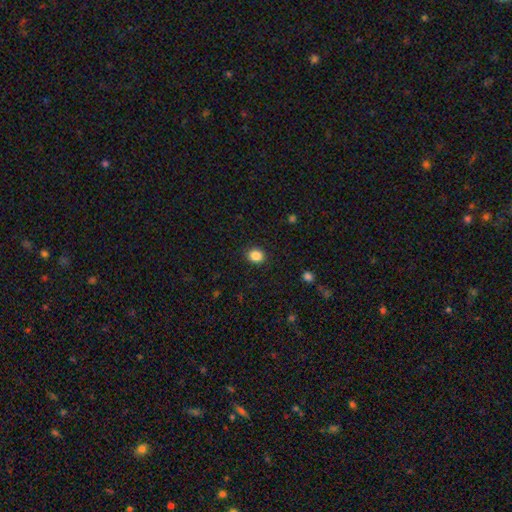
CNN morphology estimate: A smooth galaxy with no disk features (86%) that is round (65%). Merging: none (88%).